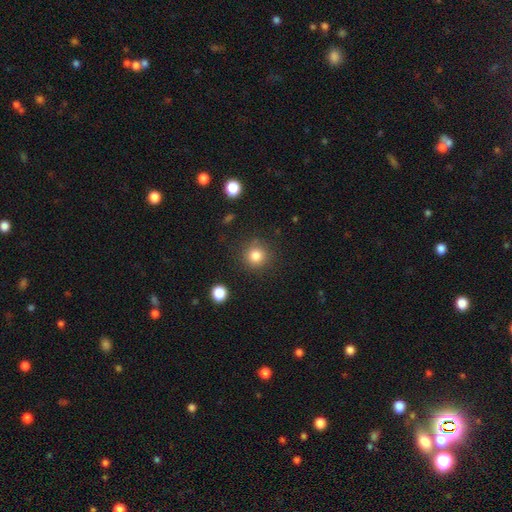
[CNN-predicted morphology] Q: Smooth or featured?
A: smooth (83%); runner-up: star or artifact (11%)
Q: How rounded?
A: round (93%); runner-up: in between (6%)
Q: Merging?
A: none (86%); runner-up: minor disturbance (9%)